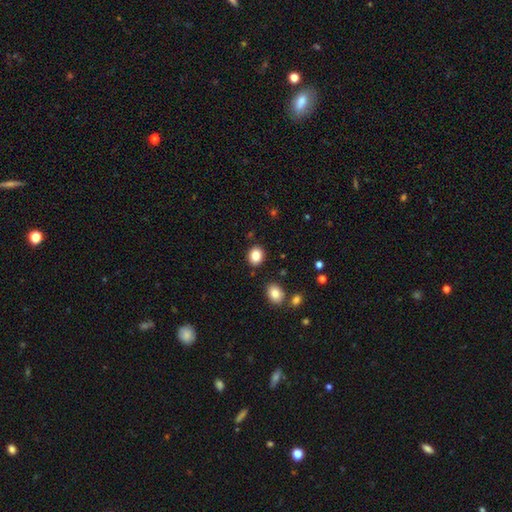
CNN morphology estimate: Q: Smooth or featured?
A: smooth (85%); runner-up: star or artifact (10%)
Q: How rounded?
A: round (64%); runner-up: in between (35%)
Q: Merging?
A: none (87%); runner-up: minor disturbance (7%)